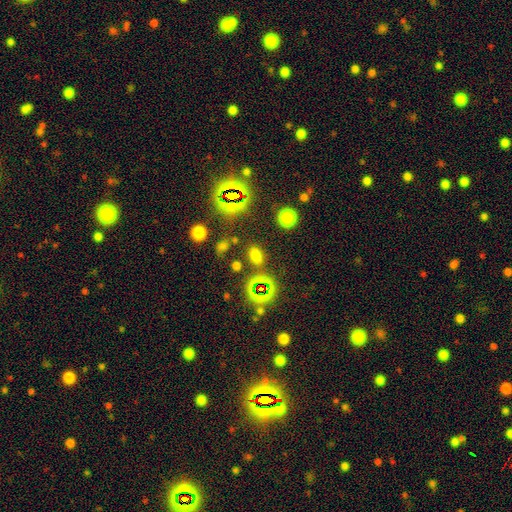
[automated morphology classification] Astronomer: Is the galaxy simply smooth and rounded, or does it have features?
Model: smooth — 63%.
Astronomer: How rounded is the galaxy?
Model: in between — 80%.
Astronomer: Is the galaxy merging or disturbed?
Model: none — 78%.